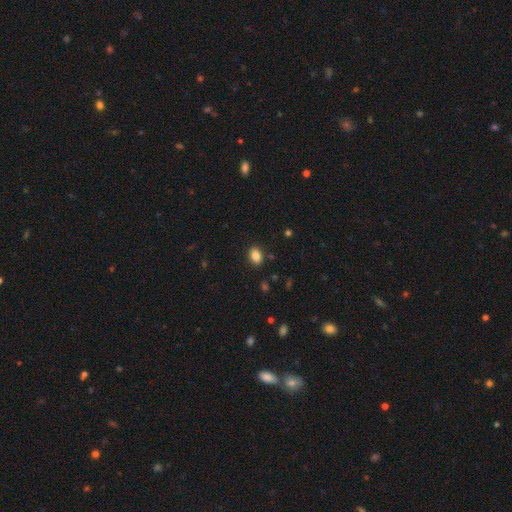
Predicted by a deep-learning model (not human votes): The model was most divided on "how rounded": in between: 79%, round: 19%, cigar-shaped: 1%. More confident: merging — none (88%); smooth or featured — smooth (86%).